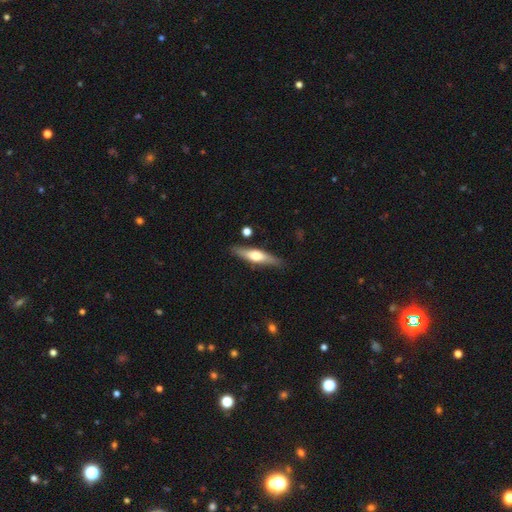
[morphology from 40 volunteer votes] Volunteers were most divided on "smooth or featured": smooth: 45%, featured or disk: 42%, star or artifact: 12%. More confident: merging — none (83%); how rounded — cigar-shaped (72%).